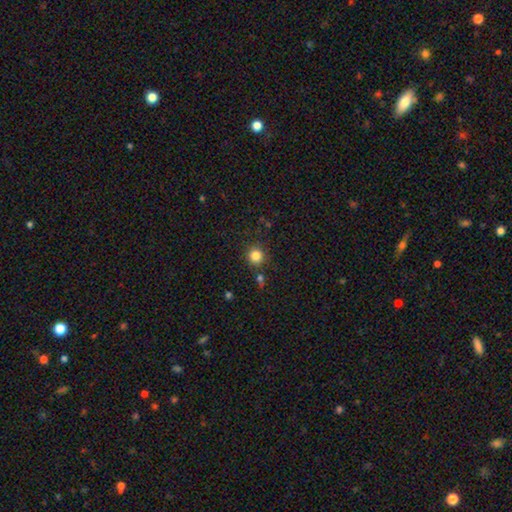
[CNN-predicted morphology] Smooth or featured?
  - smooth: 83% *
  - star or artifact: 12%
  - featured or disk: 5%
How rounded?
  - round: 92% *
  - in between: 7%
  - cigar-shaped: 1%
Merging?
  - none: 84% *
  - minor disturbance: 8%
  - merger: 5%
  - major disturbance: 3%